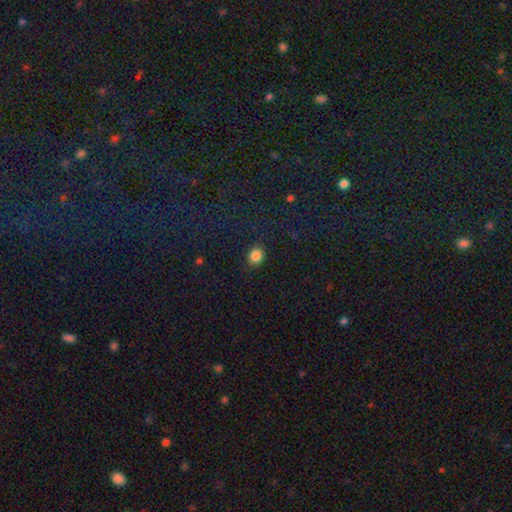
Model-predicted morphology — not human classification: Smooth or featured: smooth — 85% (star or artifact — 11%)
How rounded: round — 52% (in between — 47%)
Merging: none — 87% (minor disturbance — 10%)